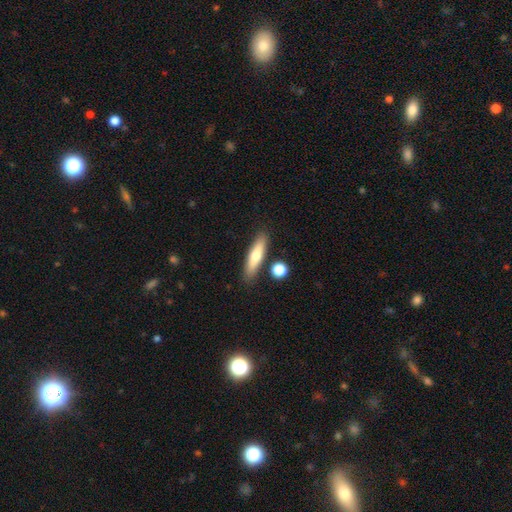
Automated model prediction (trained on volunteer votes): A smooth galaxy with no disk features (66%) that is cigar-shaped (74%).

Vote fractions:
- Smooth or featured? smooth: 66% / featured or disk: 28% / star or artifact: 6%
- How rounded? cigar-shaped: 74% / in between: 24% / round: 2%
- Merging? none: 82% / minor disturbance: 10% / merger: 6% / major disturbance: 2%